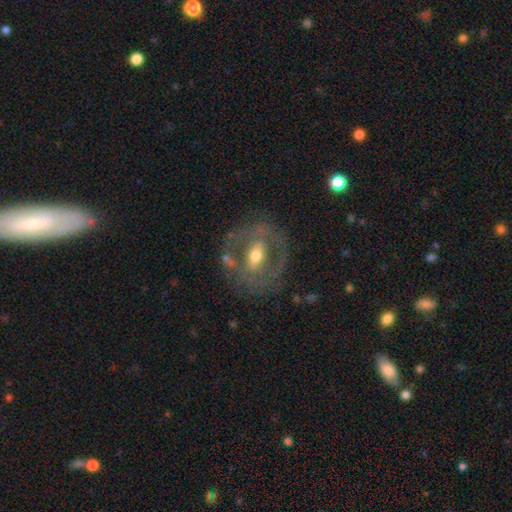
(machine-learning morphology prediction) This appears to be a featured or disk galaxy (70%) with a strong bar (44%), no spiral arms (66%) and a moderate central bulge (67%). Merging: none (69%).